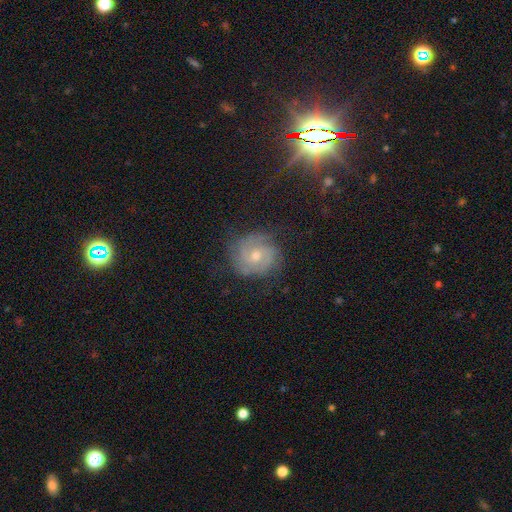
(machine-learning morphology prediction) smooth_or_featured: featured or disk (p=0.74) [alt: smooth p=0.18]
disk_edge_on: no (p=0.98) [alt: yes p=0.02]
bar: no (p=0.66) [alt: weak p=0.29]
has_spiral_arms: yes (p=0.92) [alt: no p=0.08]
spiral_winding: tight (p=0.59) [alt: medium p=0.32]
spiral_arm_count: 2 (p=0.41) [alt: can't tell p=0.27]
bulge_size: moderate (p=0.56) [alt: small p=0.40]
merging: none (p=0.73) [alt: minor disturbance p=0.18]